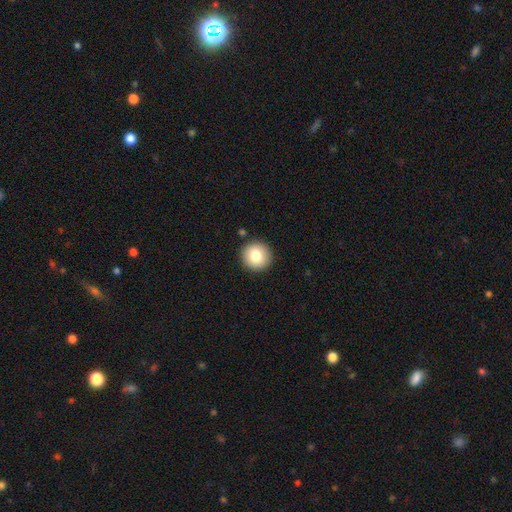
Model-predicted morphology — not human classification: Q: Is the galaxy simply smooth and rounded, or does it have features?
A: smooth — 81%.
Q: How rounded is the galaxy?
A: round — 93%.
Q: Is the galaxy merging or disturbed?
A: none — 91%.